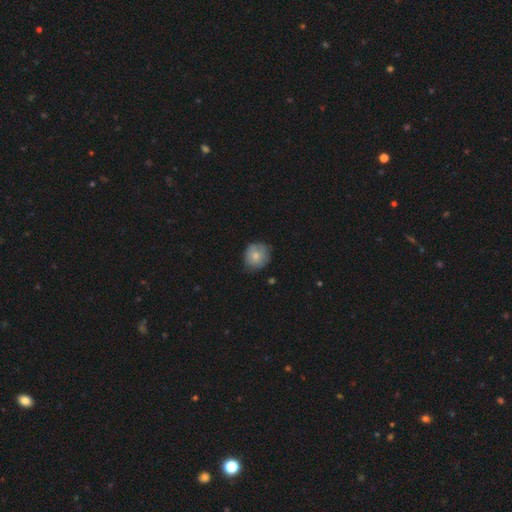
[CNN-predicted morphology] Overall: smooth (75%). How rounded: round (81%). Merging: none (69%).